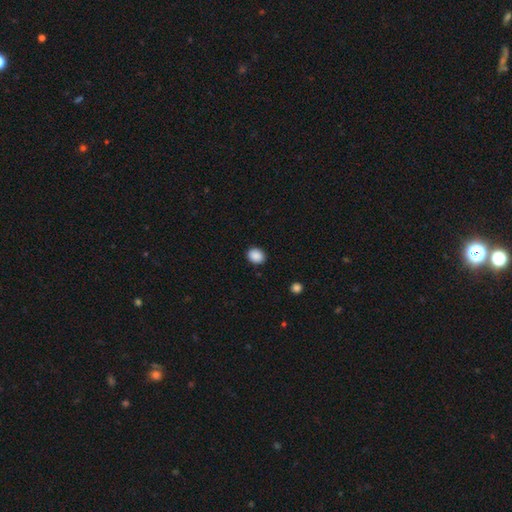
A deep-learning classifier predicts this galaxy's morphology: type=smooth (89%); roundness=round (54%); merging=none (90%).